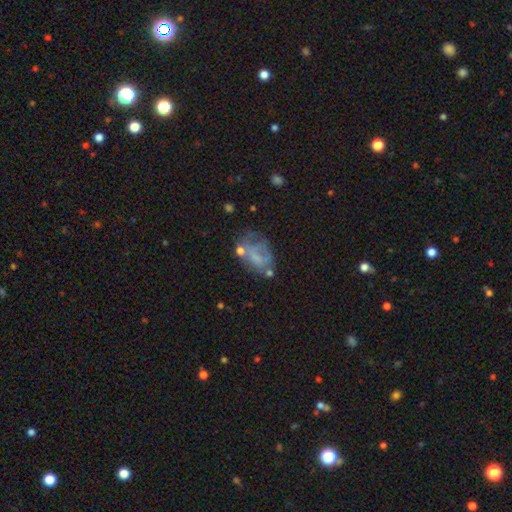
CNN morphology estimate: This is marginally a featured or disk galaxy (45%). Merging: marginally none (34%).